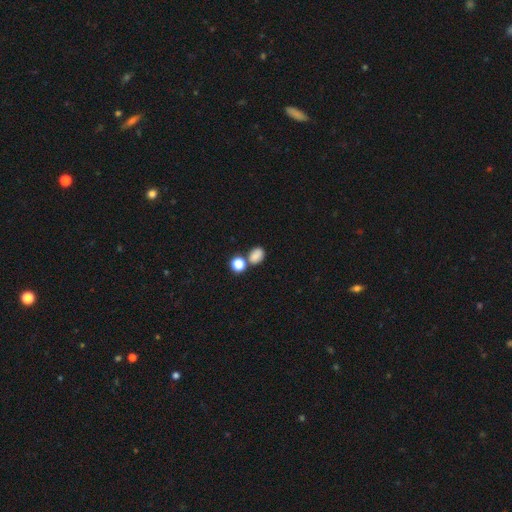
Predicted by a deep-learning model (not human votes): A smooth galaxy with no disk features (82%) that is in between round and cigar-shaped (62%). Merging: none (61%).